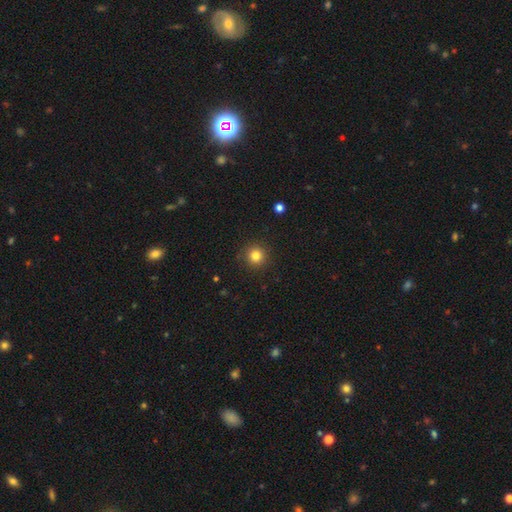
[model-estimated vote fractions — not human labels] Smooth or featured?
  - smooth: 82% *
  - star or artifact: 12%
  - featured or disk: 6%
How rounded?
  - round: 94% *
  - in between: 5%
  - cigar-shaped: 1%
Merging?
  - none: 91% *
  - minor disturbance: 6%
  - major disturbance: 2%
  - merger: 1%